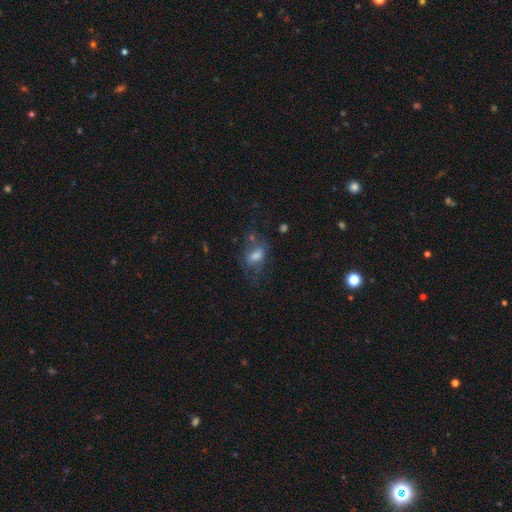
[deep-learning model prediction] Smooth or featured? Predicted: smooth (p=0.51). How rounded? Predicted: in between (p=0.77). Merging? Predicted: none (p=0.45).